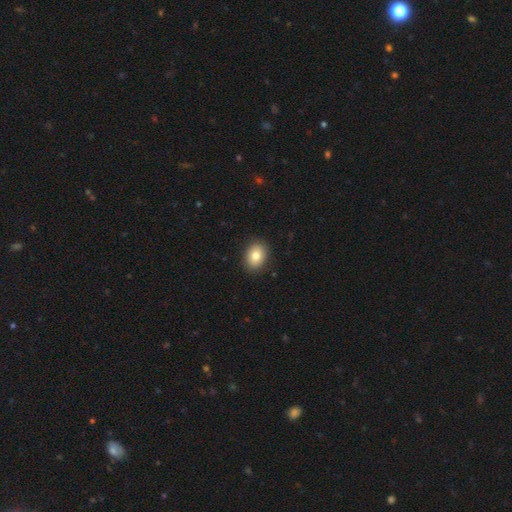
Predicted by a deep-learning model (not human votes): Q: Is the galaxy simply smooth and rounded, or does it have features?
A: smooth — 82%.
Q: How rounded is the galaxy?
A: in between — 63%.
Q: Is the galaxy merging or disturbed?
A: none — 90%.